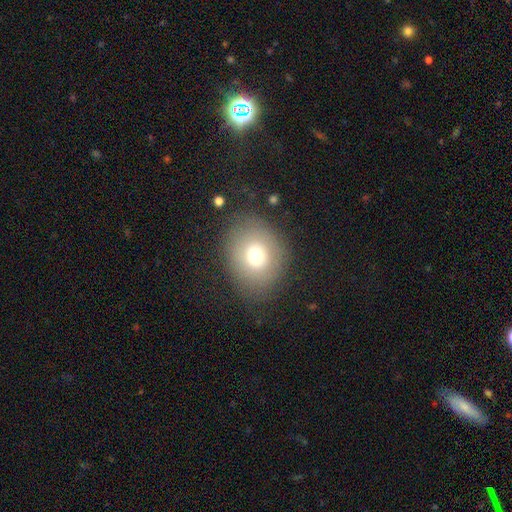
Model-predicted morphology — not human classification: Smooth or featured? Predicted: smooth (p=0.72). How rounded? Predicted: round (p=0.57). Merging? Predicted: none (p=0.79).